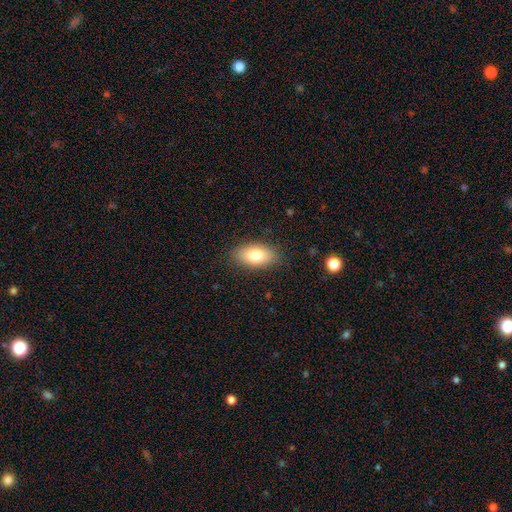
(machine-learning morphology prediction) type=smooth (80%); roundness=in between (91%); merging=none (85%).